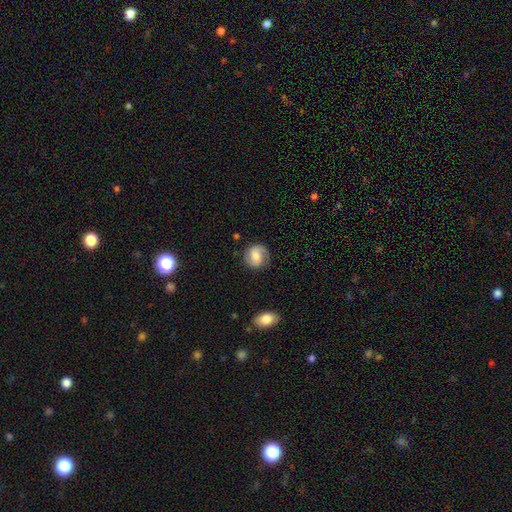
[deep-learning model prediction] A featured or disk galaxy (48%). Merging: none (79%).